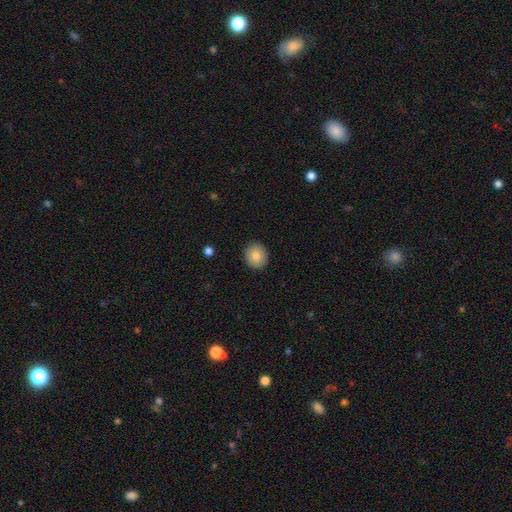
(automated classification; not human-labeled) Smooth or featured? smooth (81%)
How rounded? round (81%)
Merging? none (91%)